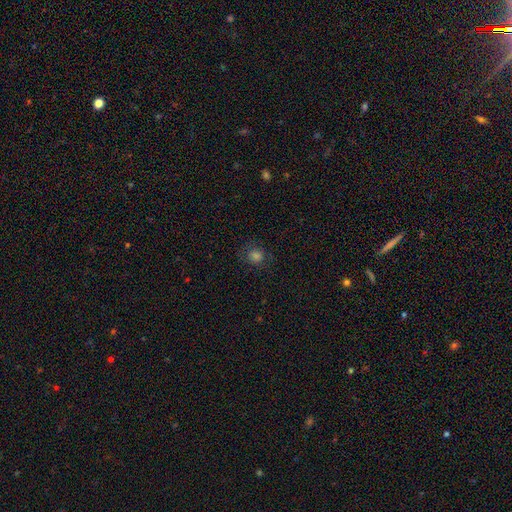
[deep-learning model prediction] This appears to be a smooth galaxy with no disk features (69%) that is round (83%). Merging: none (80%).